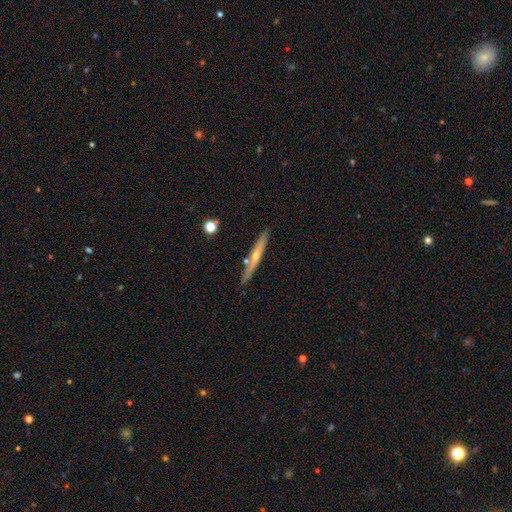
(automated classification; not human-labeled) Smooth or featured? Predicted: featured or disk (p=0.56). Edge-on disk? Predicted: yes (p=0.94). Edge-on bulge? Predicted: rounded (p=0.66). Merging? Predicted: none (p=0.83).